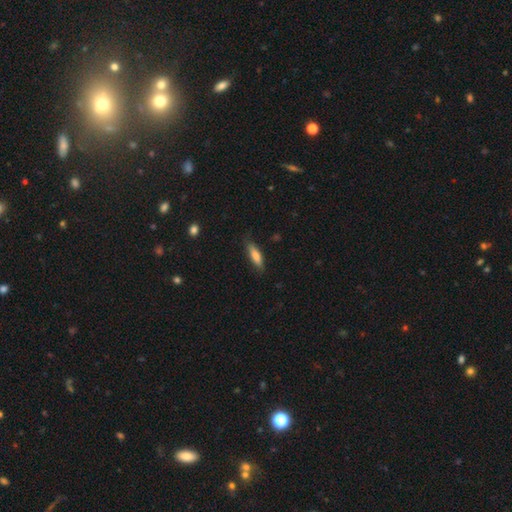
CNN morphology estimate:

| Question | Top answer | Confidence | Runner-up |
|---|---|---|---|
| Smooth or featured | smooth | 76% | featured or disk (18%) |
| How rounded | cigar-shaped | 58% | in between (40%) |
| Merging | none | 81% | minor disturbance (15%) |